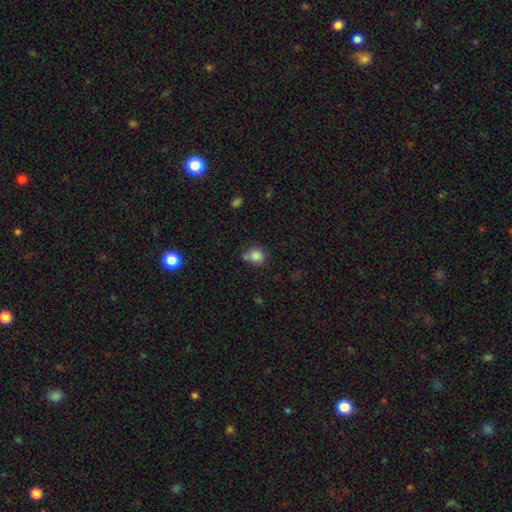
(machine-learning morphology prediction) Smooth or featured: smooth — 84% (star or artifact — 10%)
How rounded: round — 76% (in between — 23%)
Merging: none — 56% (minor disturbance — 22%)